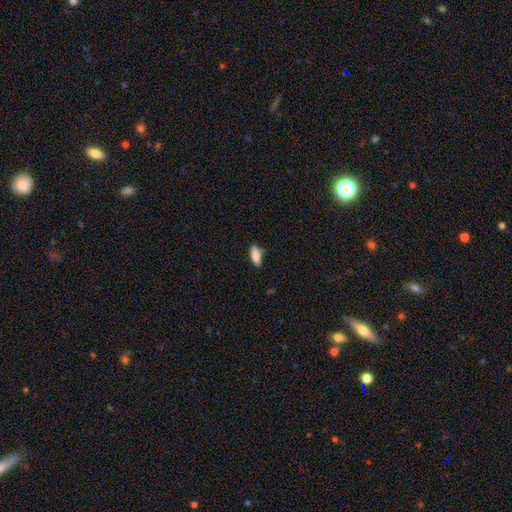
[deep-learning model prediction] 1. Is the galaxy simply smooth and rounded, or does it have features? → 77% smooth, 16% featured or disk, 7% star or artifact.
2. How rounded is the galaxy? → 76% in between, 21% cigar-shaped, 3% round.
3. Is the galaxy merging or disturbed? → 73% none, 21% minor disturbance, 4% major disturbance, 3% merger.